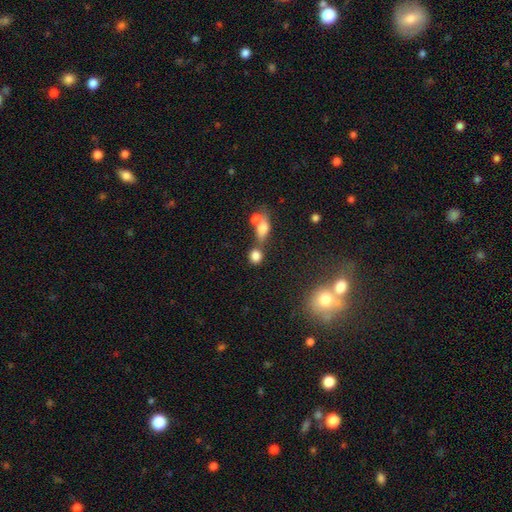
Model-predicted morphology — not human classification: Overall: smooth (80%). How rounded: round (73%). Merging: none (52%; merger 31%).